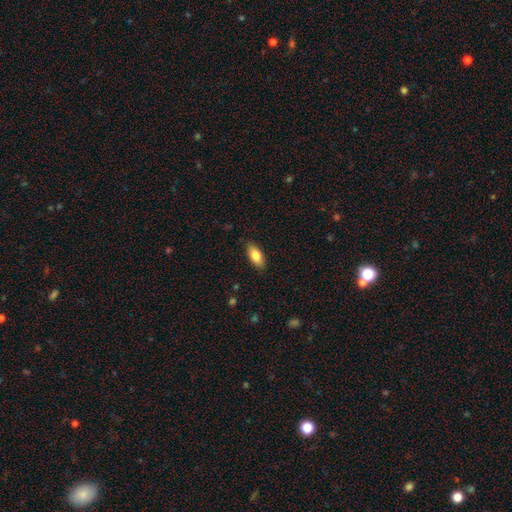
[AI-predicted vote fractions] A smooth galaxy with no disk features (82%) that is in between round and cigar-shaped (87%).

Vote fractions:
- Smooth or featured? smooth: 82% / featured or disk: 11% / star or artifact: 6%
- How rounded? in between: 87% / cigar-shaped: 10% / round: 3%
- Merging? none: 87% / minor disturbance: 10% / major disturbance: 2% / merger: 1%